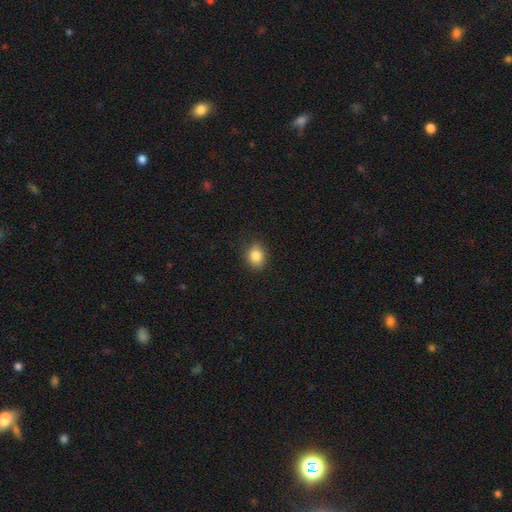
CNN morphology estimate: A smooth galaxy with no disk features (85%) that is round (52%). Merging: none (85%).